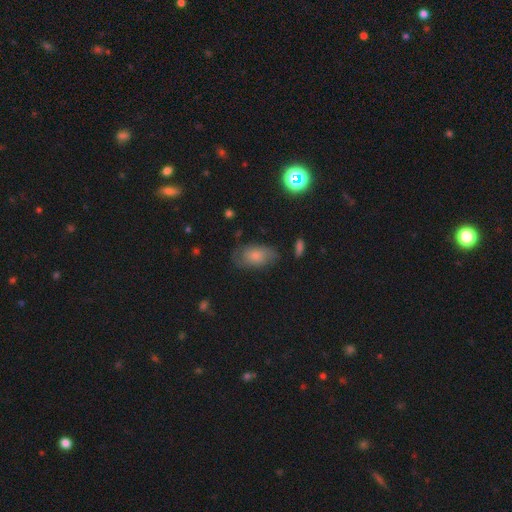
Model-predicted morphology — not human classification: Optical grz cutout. It shows a smooth galaxy with no disk features (60%) that is in between round and cigar-shaped (90%). Merging: none (65%).